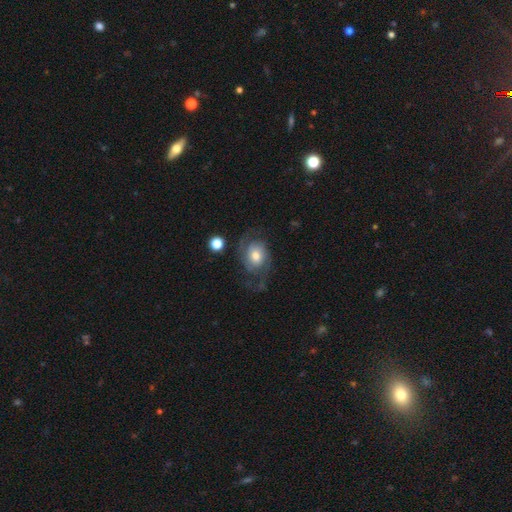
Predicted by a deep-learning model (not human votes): Q: Smooth or featured?
A: featured or disk (74%); runner-up: smooth (19%)
Q: Edge-on disk?
A: no (97%); runner-up: yes (3%)
Q: Bar?
A: no (71%); runner-up: weak (24%)
Q: Spiral arms?
A: yes (92%); runner-up: no (8%)
Q: Spiral winding?
A: medium (47%); runner-up: loose (27%)
Q: Spiral arm count?
A: 2 (85%); runner-up: can't tell (6%)
Q: Bulge size?
A: moderate (65%); runner-up: small (17%)
Q: Merging?
A: none (62%); runner-up: minor disturbance (19%)